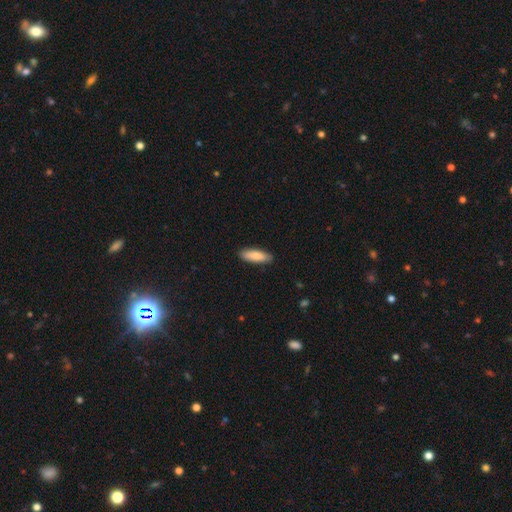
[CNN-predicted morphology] Overall: smooth (84%). How rounded: in between (54%; cigar-shaped 44%). Merging: none (87%).